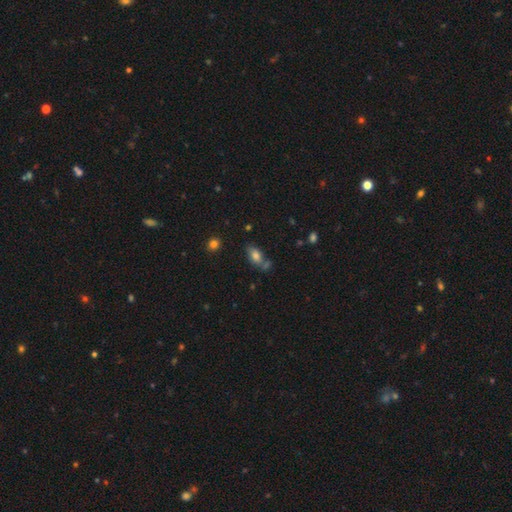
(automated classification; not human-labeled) Q: Smooth or featured?
A: smooth (78%); runner-up: featured or disk (11%)
Q: How rounded?
A: in between (87%); runner-up: round (7%)
Q: Merging?
A: none (56%); runner-up: merger (22%)